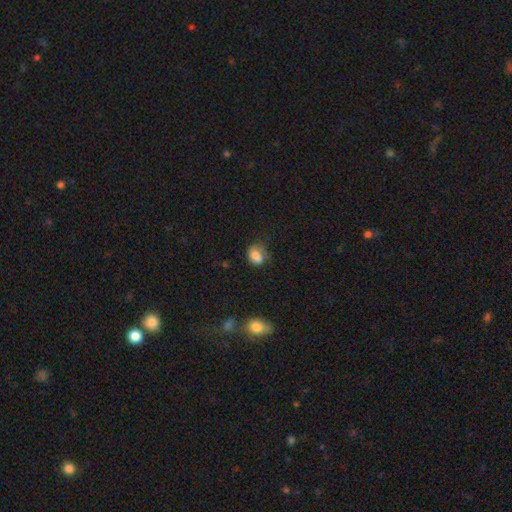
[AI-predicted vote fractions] smooth-or-featured: smooth: 79% | star or artifact: 11% | featured or disk: 10%
  how-rounded: in between: 67% | round: 31% | cigar-shaped: 2%
  merging: none: 50% | minor disturbance: 31% | major disturbance: 13% | merger: 6%